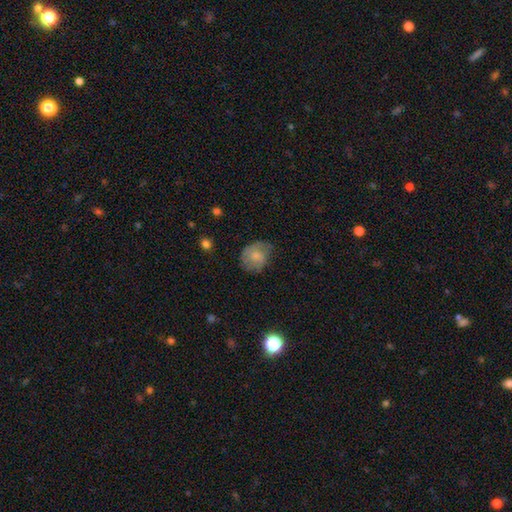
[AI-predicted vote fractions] Morphology: type=smooth (63%); roundness=round (63%); merging=none (52%).